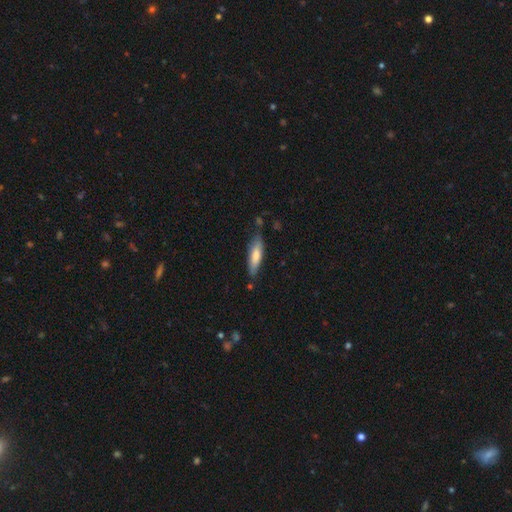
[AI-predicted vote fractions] Smooth or featured? Predicted: smooth (p=0.74). How rounded? Predicted: cigar-shaped (p=0.63). Merging? Predicted: none (p=0.73).